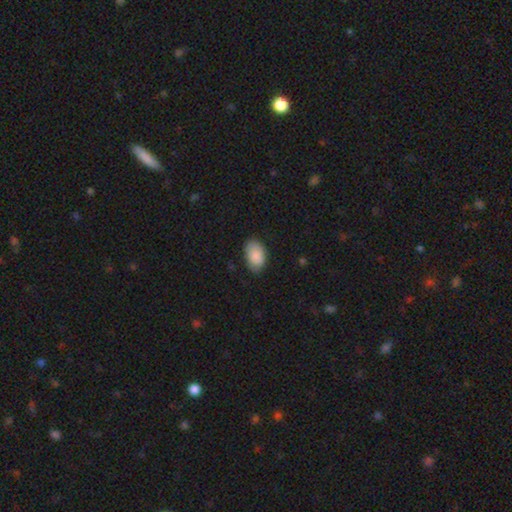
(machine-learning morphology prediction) A smooth galaxy with no disk features (88%) that is in between round and cigar-shaped (92%). Merging: none (77%).